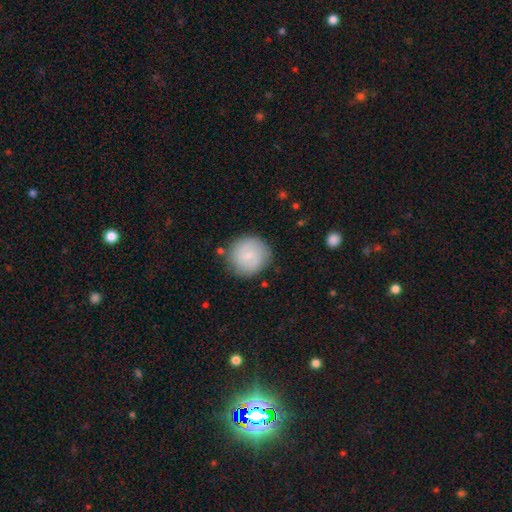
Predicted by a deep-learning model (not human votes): smooth_or_featured: smooth (p=0.72) [alt: featured or disk p=0.22]
how_rounded: round (p=0.92) [alt: in between p=0.07]
merging: none (p=0.80) [alt: minor disturbance p=0.13]